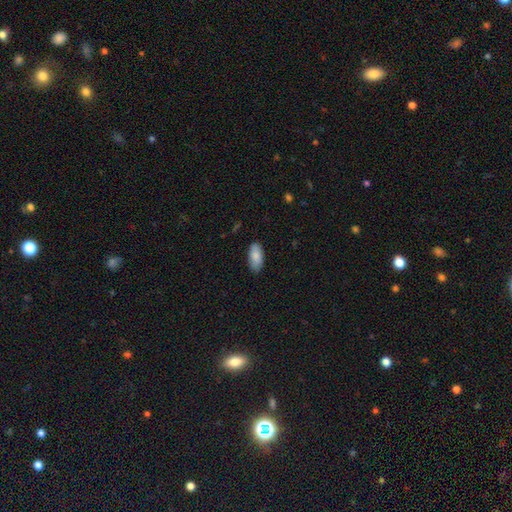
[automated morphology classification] Smooth or featured? Predicted: smooth (p=0.86). How rounded? Predicted: in between (p=0.89). Merging? Predicted: none (p=0.83).